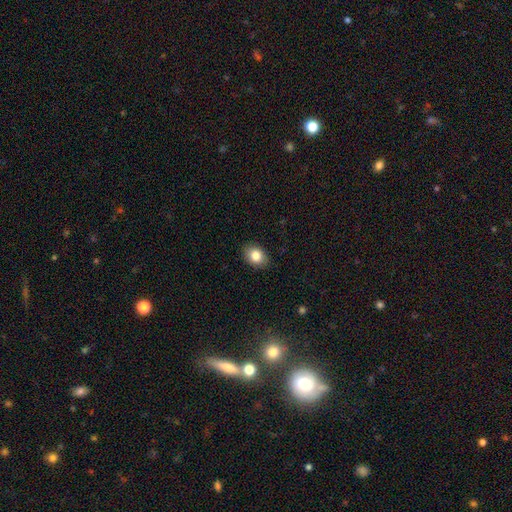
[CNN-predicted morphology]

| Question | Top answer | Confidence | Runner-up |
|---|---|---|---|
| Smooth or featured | smooth | 84% | star or artifact (9%) |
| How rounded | in between | 69% | round (30%) |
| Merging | none | 88% | minor disturbance (9%) |